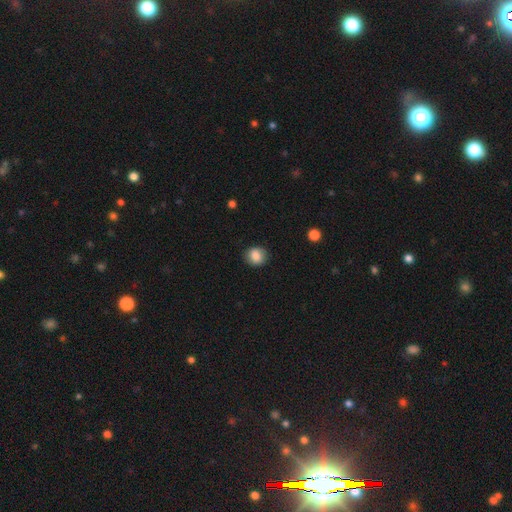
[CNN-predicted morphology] Q: Smooth or featured?
A: smooth (86%); runner-up: star or artifact (9%)
Q: How rounded?
A: round (76%); runner-up: in between (23%)
Q: Merging?
A: none (85%); runner-up: minor disturbance (11%)